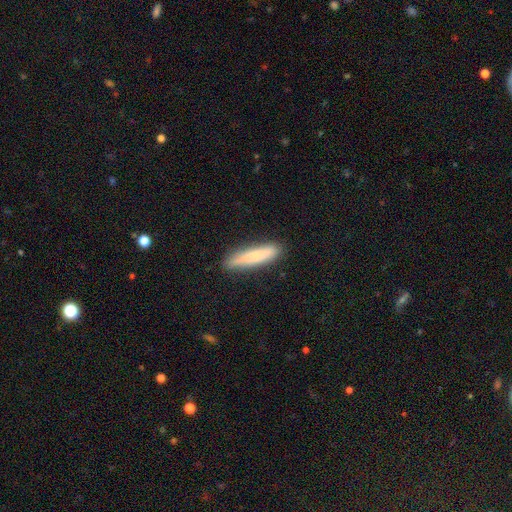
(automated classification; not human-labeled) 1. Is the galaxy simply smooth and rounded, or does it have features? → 80% smooth, 14% featured or disk, 6% star or artifact.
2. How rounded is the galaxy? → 87% cigar-shaped, 12% in between, 1% round.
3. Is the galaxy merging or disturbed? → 86% none, 11% minor disturbance, 2% major disturbance, 1% merger.